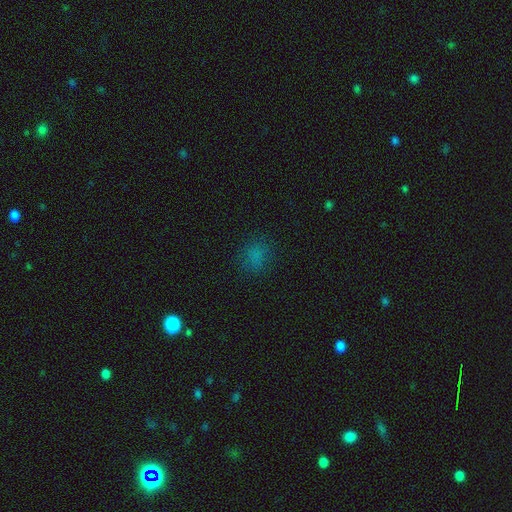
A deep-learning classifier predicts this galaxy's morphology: Smooth or featured? smooth (71%)
How rounded? round (68%)
Merging? none (80%)